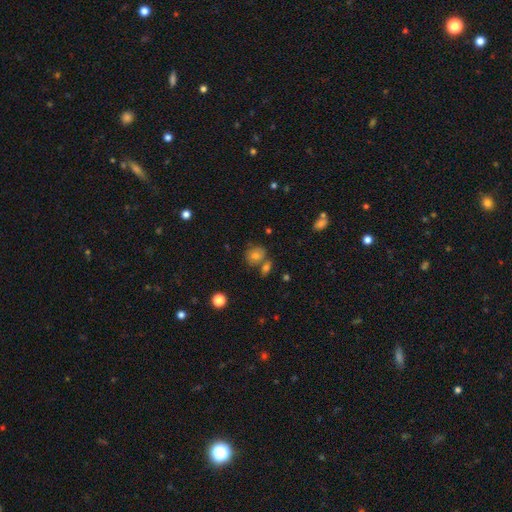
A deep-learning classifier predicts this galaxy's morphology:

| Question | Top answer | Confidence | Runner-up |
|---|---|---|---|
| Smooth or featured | smooth | 68% | featured or disk (19%) |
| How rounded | round | 69% | in between (29%) |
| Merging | none | 60% | merger (22%) |